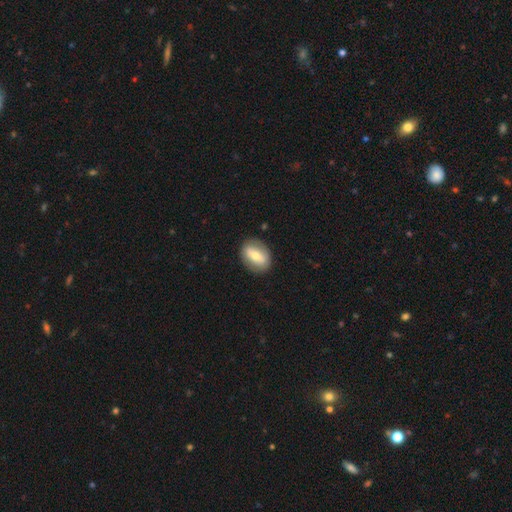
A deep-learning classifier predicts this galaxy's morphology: Smooth or featured? smooth (53%)
How rounded? in between (74%)
Merging? none (83%)